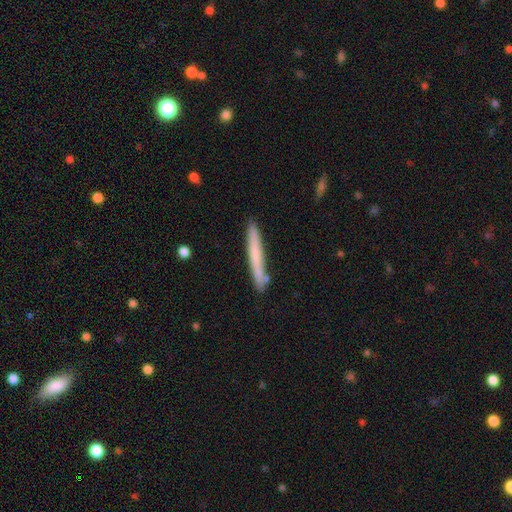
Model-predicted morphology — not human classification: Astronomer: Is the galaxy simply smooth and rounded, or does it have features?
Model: smooth — 62%.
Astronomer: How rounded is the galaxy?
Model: cigar-shaped — 97%.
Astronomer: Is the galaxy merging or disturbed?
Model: none — 85%.